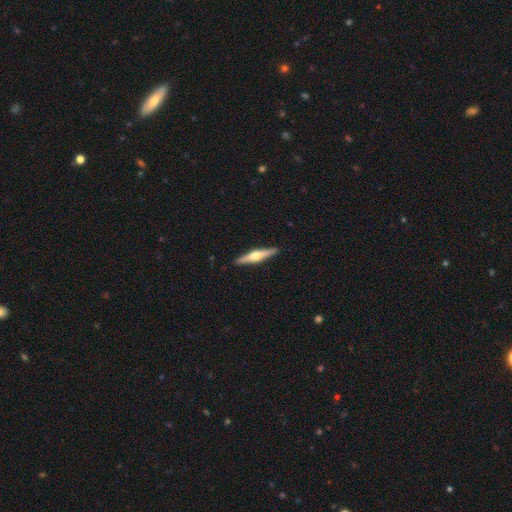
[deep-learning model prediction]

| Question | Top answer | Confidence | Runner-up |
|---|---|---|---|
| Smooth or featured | featured or disk | 69% | smooth (26%) |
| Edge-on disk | yes | 98% | no (2%) |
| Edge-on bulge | rounded | 94% | boxy (3%) |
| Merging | none | 92% | minor disturbance (6%) |